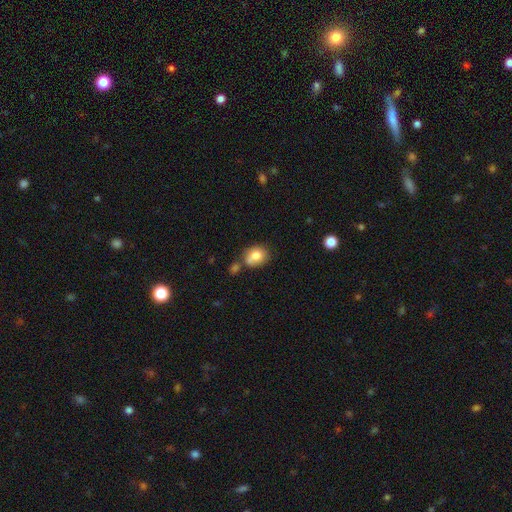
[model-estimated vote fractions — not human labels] Overall: smooth (80%). How rounded: round (51%; in between 48%). Merging: none (49%; merger 24%).